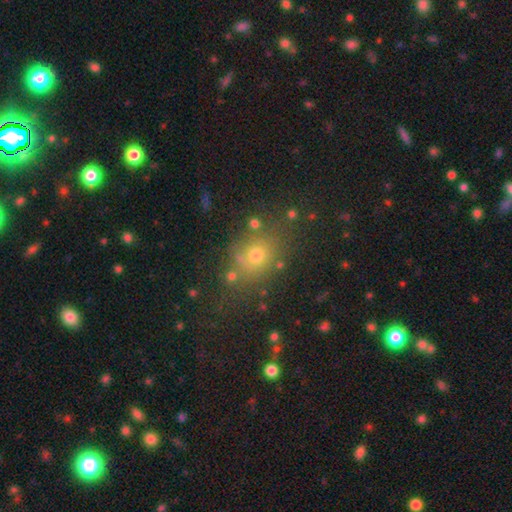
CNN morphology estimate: Smooth or featured: smooth — 62% (star or artifact — 26%)
How rounded: round — 66% (in between — 33%)
Merging: none — 74% (minor disturbance — 13%)